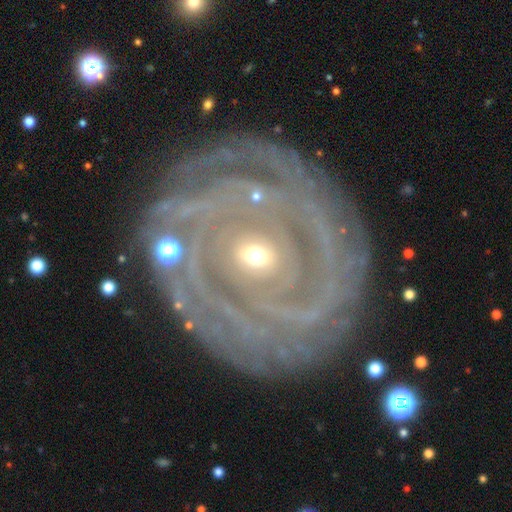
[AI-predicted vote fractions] The model was most divided on "spiral arm count": can't tell: 23%, 3: 19%, 4: 18%, 2: 17%, more than 4: 14%, 1: 9%. More confident: spiral arms — yes (97%); edge-on disk — no (96%); smooth or featured — featured or disk (87%); spiral winding — tight (85%); merging — none (82%); bulge size — small (64%); bar — no (55%).